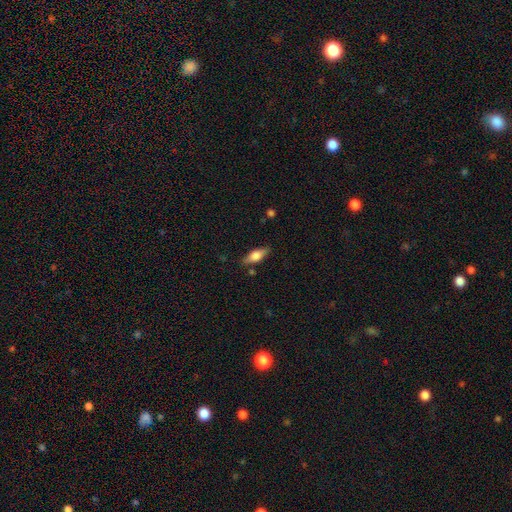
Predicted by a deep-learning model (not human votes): Morphology: type=smooth (60%); roundness=in between (67%); merging=none (80%).